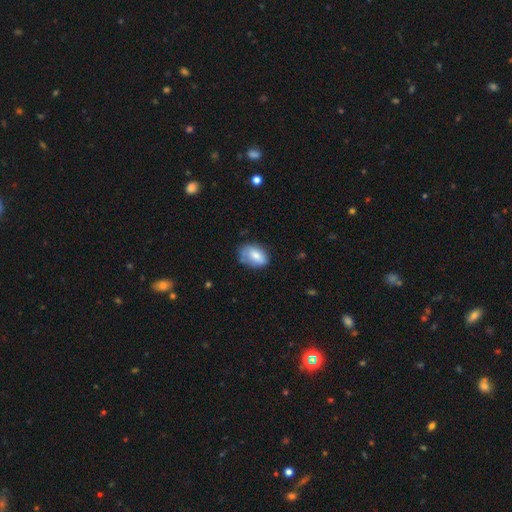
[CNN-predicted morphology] Smooth or featured?
  - smooth: 77% *
  - featured or disk: 16%
  - star or artifact: 7%
How rounded?
  - in between: 88% *
  - round: 11%
  - cigar-shaped: 2%
Merging?
  - none: 62% *
  - minor disturbance: 28%
  - major disturbance: 7%
  - merger: 3%